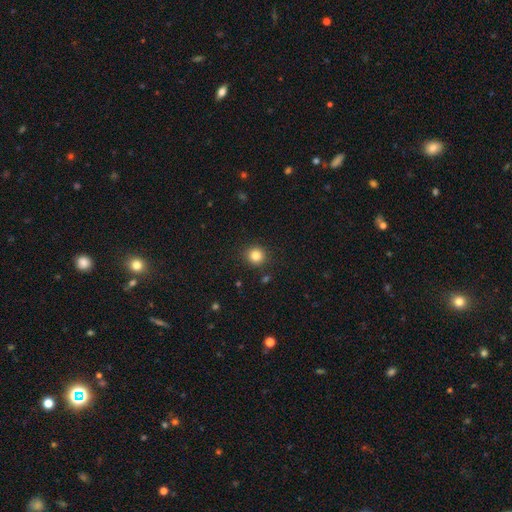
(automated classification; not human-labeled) This is clearly a smooth galaxy (83%). How rounded: clearly round (92%). Merging: clearly none (89%).